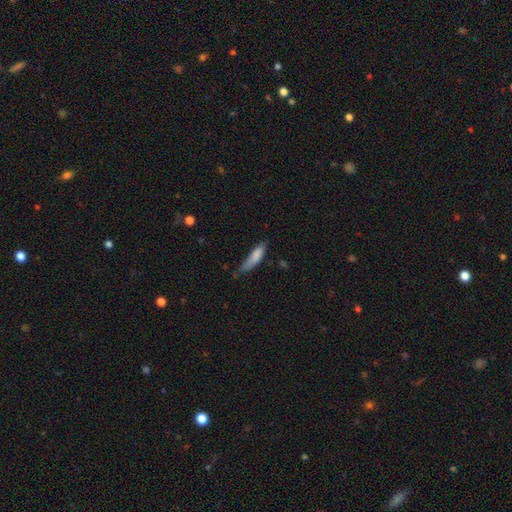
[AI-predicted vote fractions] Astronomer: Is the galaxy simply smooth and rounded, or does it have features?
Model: smooth — 81%.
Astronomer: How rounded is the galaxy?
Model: cigar-shaped — 68%.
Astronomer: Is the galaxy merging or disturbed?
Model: none — 51% (runner-up: minor disturbance, 36%).